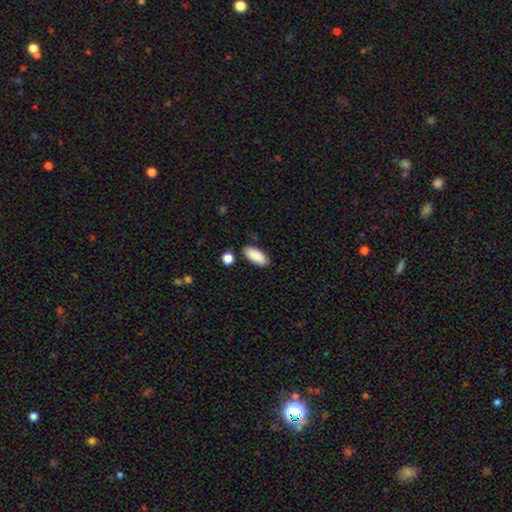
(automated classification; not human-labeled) Q: Smooth or featured?
A: smooth (90%); runner-up: star or artifact (6%)
Q: How rounded?
A: in between (85%); runner-up: cigar-shaped (13%)
Q: Merging?
A: none (84%); runner-up: minor disturbance (10%)